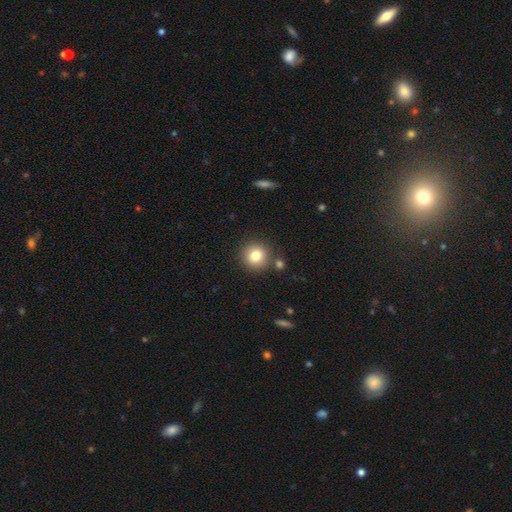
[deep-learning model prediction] Morphology: type=smooth (81%); roundness=round (91%); merging=none (82%).